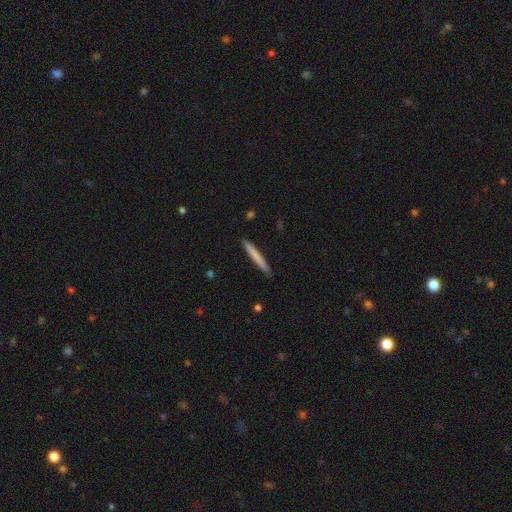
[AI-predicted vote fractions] Morphology: type=smooth (74%); roundness=cigar-shaped (96%); merging=none (90%).